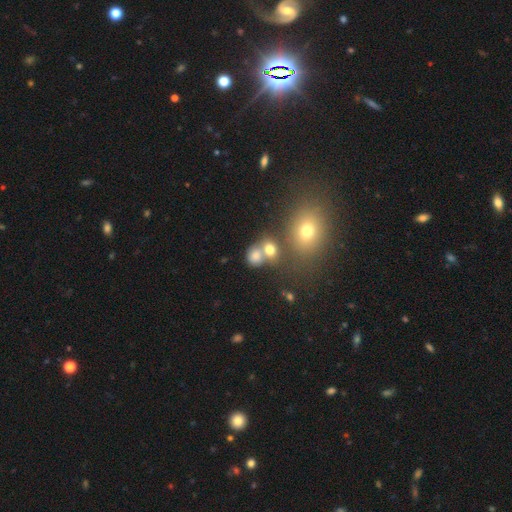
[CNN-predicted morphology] Q: Smooth or featured?
A: smooth (73%); runner-up: star or artifact (15%)
Q: How rounded?
A: round (64%); runner-up: in between (35%)
Q: Merging?
A: merger (45%); runner-up: none (40%)